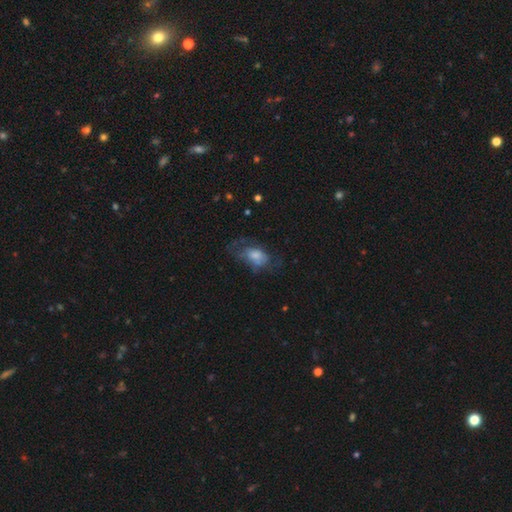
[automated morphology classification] The model was most divided on "merging": none: 38%, major disturbance: 34%, minor disturbance: 26%, merger: 2%. More confident: how rounded — in between (85%); smooth or featured — smooth (56%).